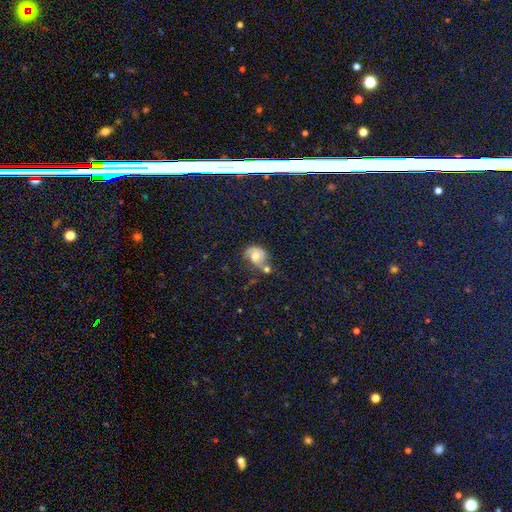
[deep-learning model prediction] Smooth or featured? smooth (49%)
Merging? none (34%)